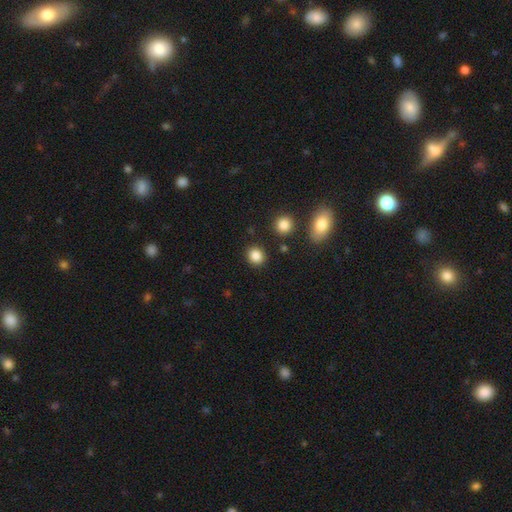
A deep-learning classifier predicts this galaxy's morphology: Q: Smooth or featured?
A: smooth (86%); runner-up: star or artifact (10%)
Q: How rounded?
A: round (79%); runner-up: in between (20%)
Q: Merging?
A: none (89%); runner-up: minor disturbance (7%)